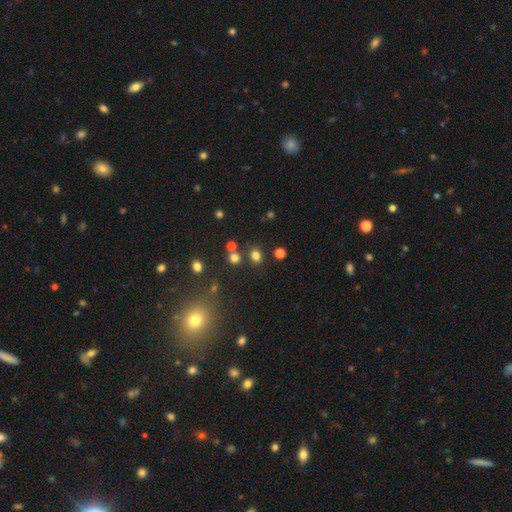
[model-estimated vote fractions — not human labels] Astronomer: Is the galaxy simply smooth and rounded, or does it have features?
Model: smooth — 75%.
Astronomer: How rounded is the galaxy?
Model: round — 68%.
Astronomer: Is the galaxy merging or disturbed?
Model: none — 79%.